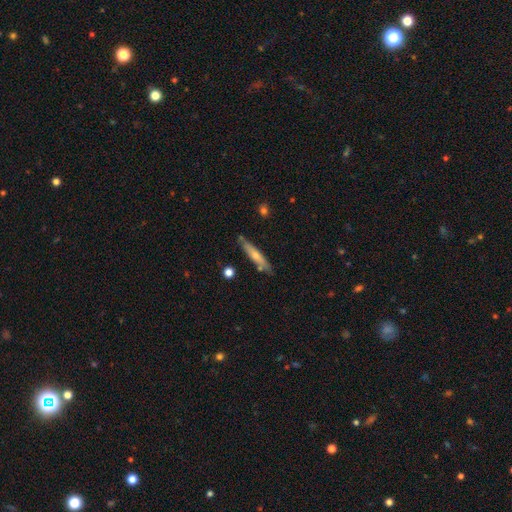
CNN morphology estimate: Smooth or featured? smooth (57%)
How rounded? cigar-shaped (89%)
Merging? none (79%)